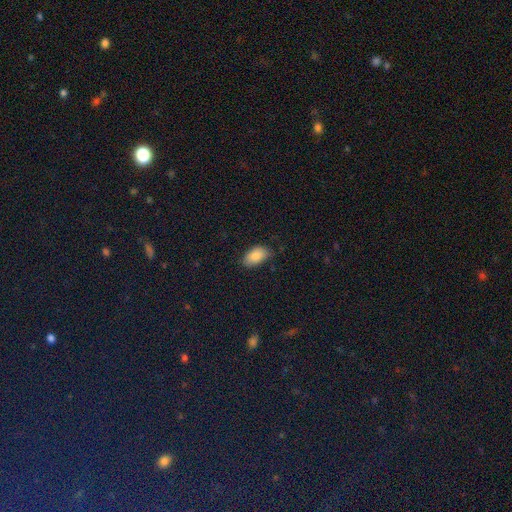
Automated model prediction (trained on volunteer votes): Morphology: type=smooth (87%); roundness=in between (93%); merging=none (75%).